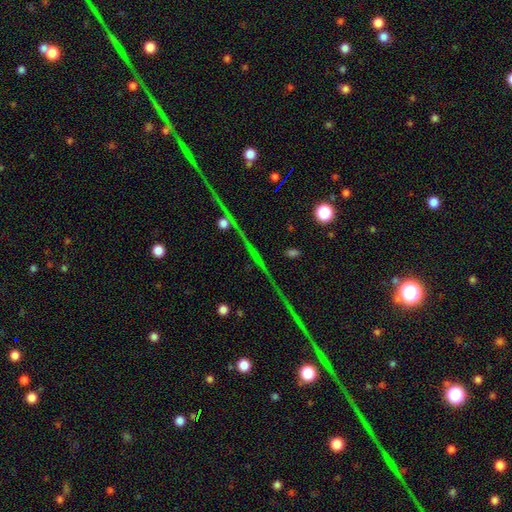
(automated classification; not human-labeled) The model was most divided on "smooth or featured": star or artifact: 62%, featured or disk: 22%, smooth: 16%.